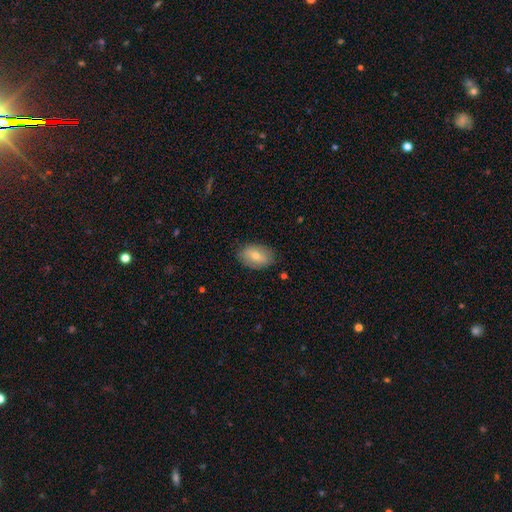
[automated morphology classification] Smooth or featured: smooth — 66% (featured or disk — 26%)
How rounded: in between — 88% (round — 11%)
Merging: none — 84% (minor disturbance — 12%)